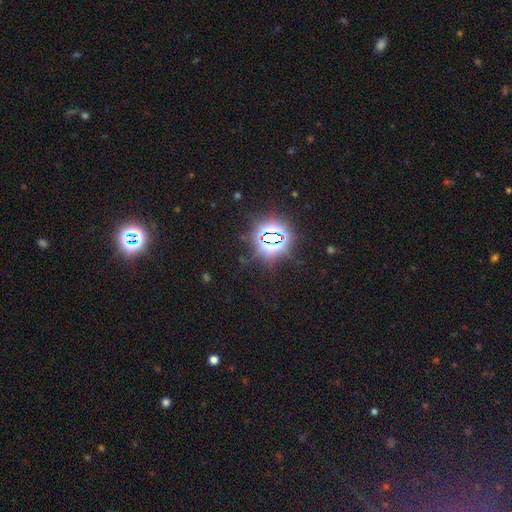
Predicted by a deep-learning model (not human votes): Smooth or featured: star or artifact — 83% (smooth — 11%)